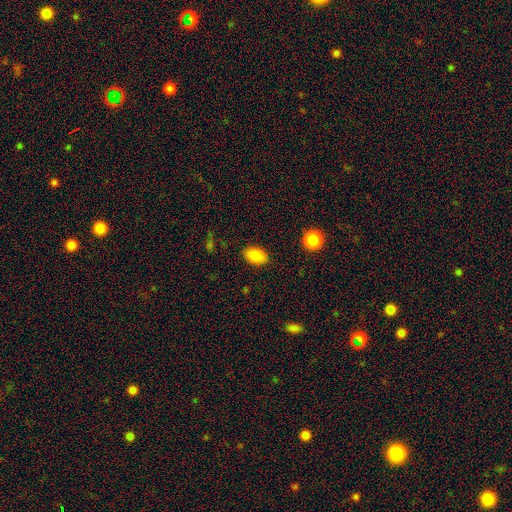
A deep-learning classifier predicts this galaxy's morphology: This is clearly a smooth galaxy (86%). How rounded: clearly in between (84%). Merging: clearly none (87%).